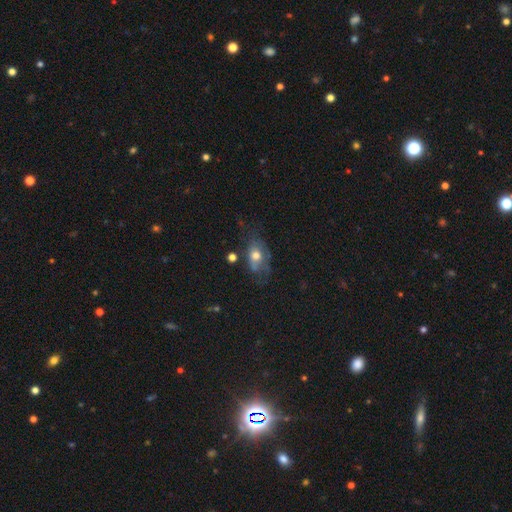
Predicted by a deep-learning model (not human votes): This is possibly a smooth galaxy (56%). How rounded: likely in between (78%). Merging: marginally none (42%).